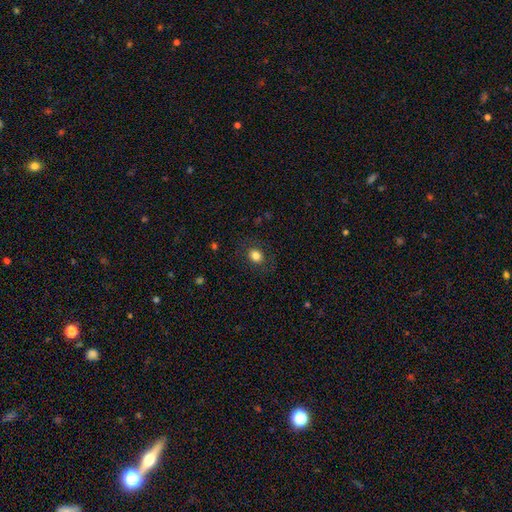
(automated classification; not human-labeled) smooth-or-featured: smooth: 82% | star or artifact: 11% | featured or disk: 7%
  how-rounded: round: 58% | in between: 41% | cigar-shaped: 1%
  merging: none: 84% | minor disturbance: 10% | major disturbance: 5% | merger: 1%